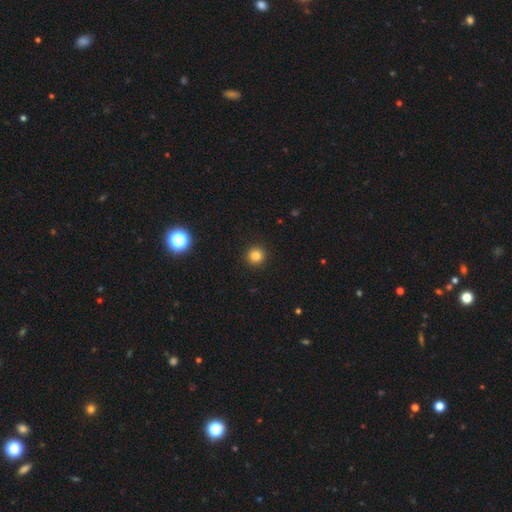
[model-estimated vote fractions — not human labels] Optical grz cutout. It shows a smooth galaxy with no disk features (83%) that is round (95%). Merging: none (93%).